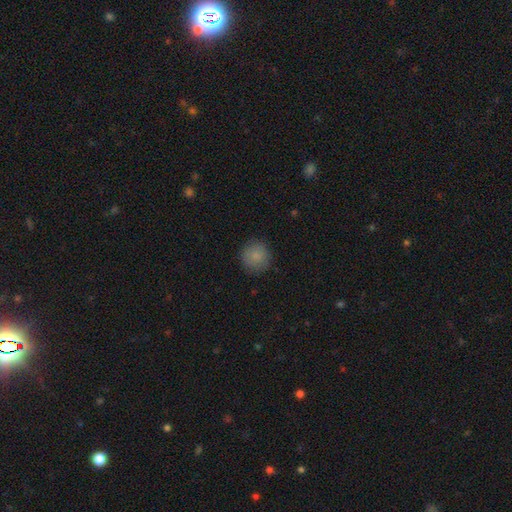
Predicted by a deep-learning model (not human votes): smooth-or-featured: smooth: 86% | star or artifact: 9% | featured or disk: 6%
  how-rounded: round: 94% | in between: 5% | cigar-shaped: 1%
  merging: none: 87% | minor disturbance: 9% | major disturbance: 2% | merger: 1%